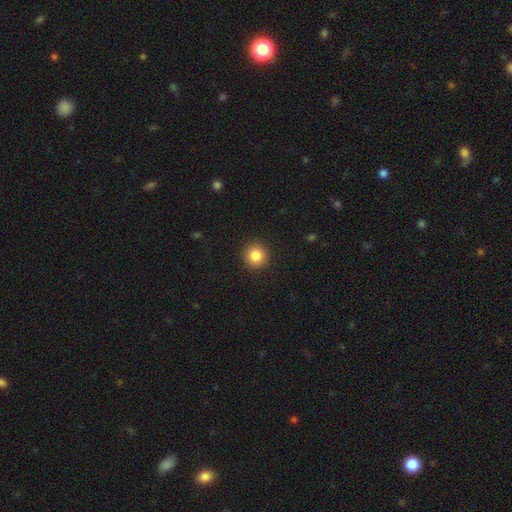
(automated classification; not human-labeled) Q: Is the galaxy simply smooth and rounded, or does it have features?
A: smooth — 85%.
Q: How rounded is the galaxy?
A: round — 95%.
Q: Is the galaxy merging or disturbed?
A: none — 92%.